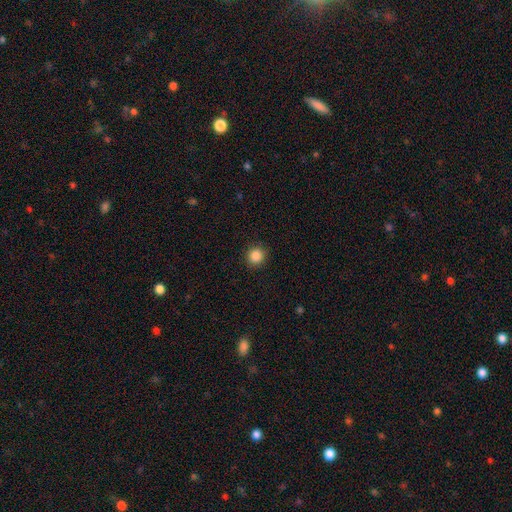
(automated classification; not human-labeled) Smooth or featured: smooth — 86% (star or artifact — 10%)
How rounded: round — 91% (in between — 8%)
Merging: none — 91% (minor disturbance — 6%)